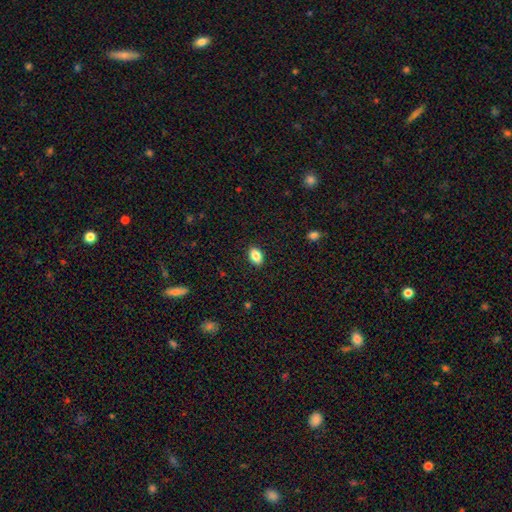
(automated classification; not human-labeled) Q: Smooth or featured?
A: smooth (87%); runner-up: star or artifact (8%)
Q: How rounded?
A: in between (87%); runner-up: round (11%)
Q: Merging?
A: none (90%); runner-up: minor disturbance (7%)